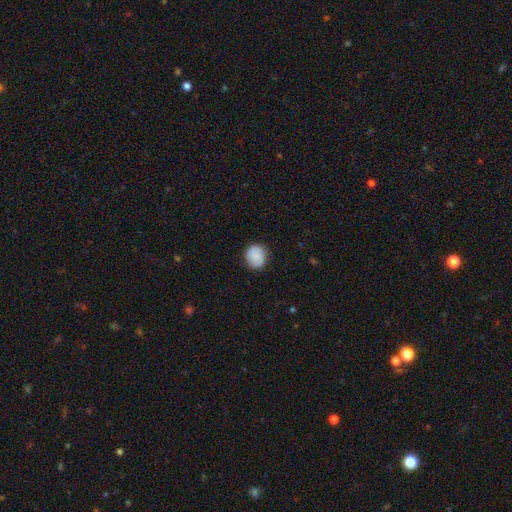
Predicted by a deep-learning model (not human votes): A smooth galaxy with no disk features (77%) that is round (81%). Merging: none (85%).